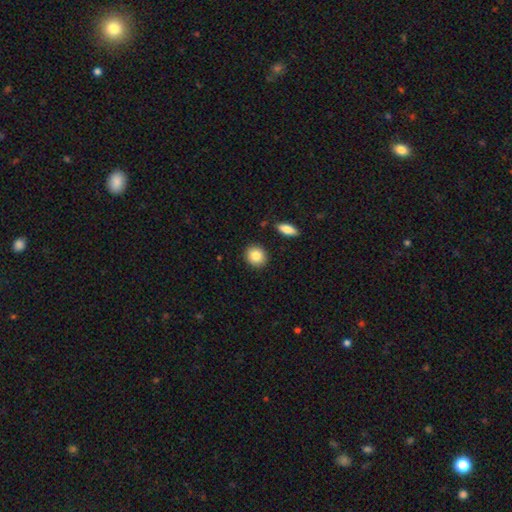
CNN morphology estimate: type=smooth (85%); roundness=round (80%); merging=none (89%).